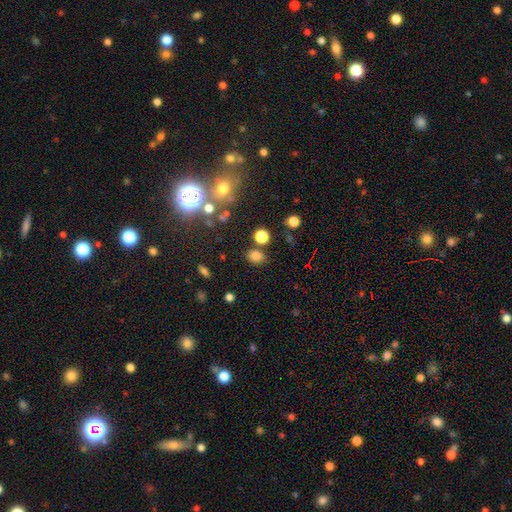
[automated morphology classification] Smooth or featured: smooth — 76% (star or artifact — 17%)
How rounded: round — 50% (in between — 49%)
Merging: none — 77% (minor disturbance — 11%)